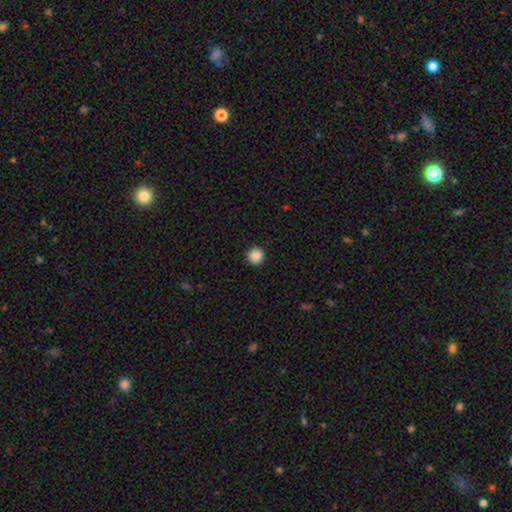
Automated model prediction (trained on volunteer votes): Q: Smooth or featured?
A: smooth (88%); runner-up: star or artifact (9%)
Q: How rounded?
A: round (96%); runner-up: in between (3%)
Q: Merging?
A: none (93%); runner-up: minor disturbance (4%)